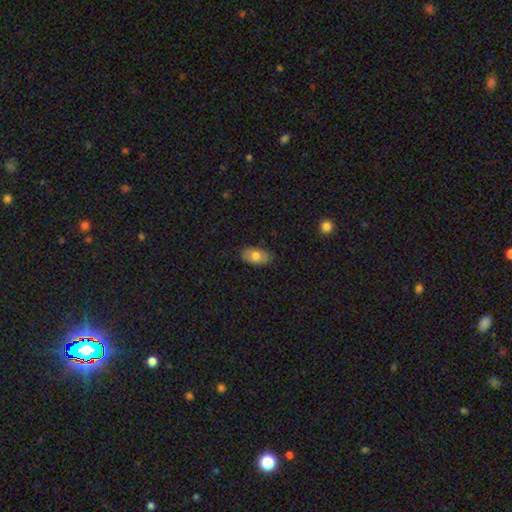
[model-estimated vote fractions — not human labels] The model was most divided on "smooth or featured": smooth: 74%, featured or disk: 19%, star or artifact: 7%. More confident: how rounded — in between (92%); merging — none (83%).